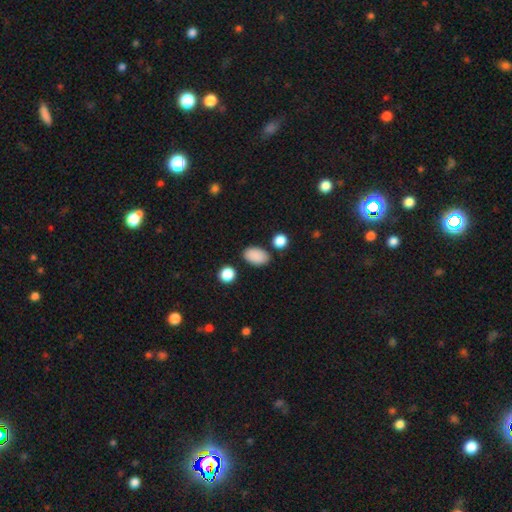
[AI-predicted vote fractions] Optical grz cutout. It shows a smooth galaxy with no disk features (89%) that is in between round and cigar-shaped (92%). Merging: none (83%).